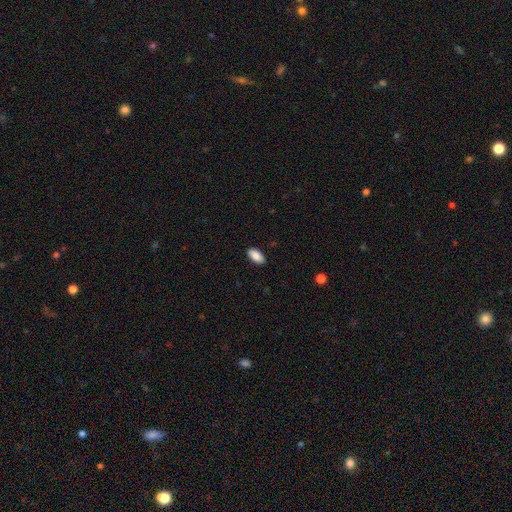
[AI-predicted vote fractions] Smooth or featured? smooth (89%)
How rounded? in between (93%)
Merging? none (89%)